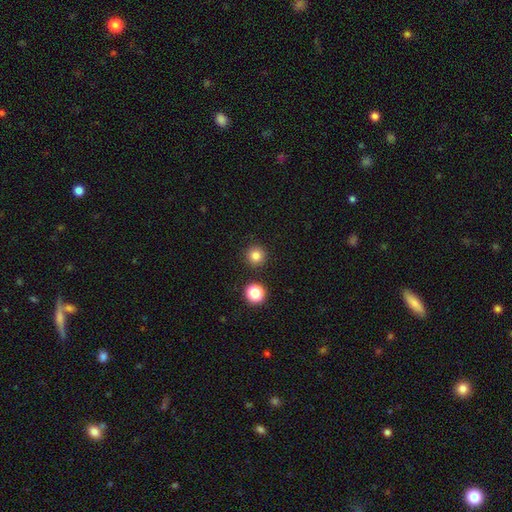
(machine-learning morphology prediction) Smooth or featured?
  - smooth: 81% *
  - star or artifact: 14%
  - featured or disk: 5%
How rounded?
  - round: 95% *
  - in between: 4%
  - cigar-shaped: 1%
Merging?
  - none: 90% *
  - minor disturbance: 5%
  - merger: 3%
  - major disturbance: 2%